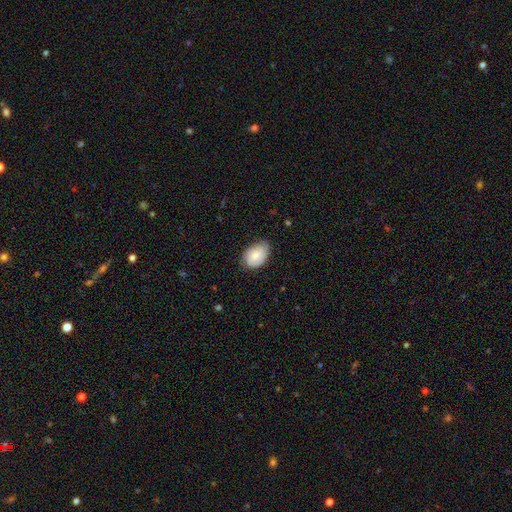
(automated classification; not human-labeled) Morphology: type=smooth (81%); roundness=in between (85%); merging=none (64%).